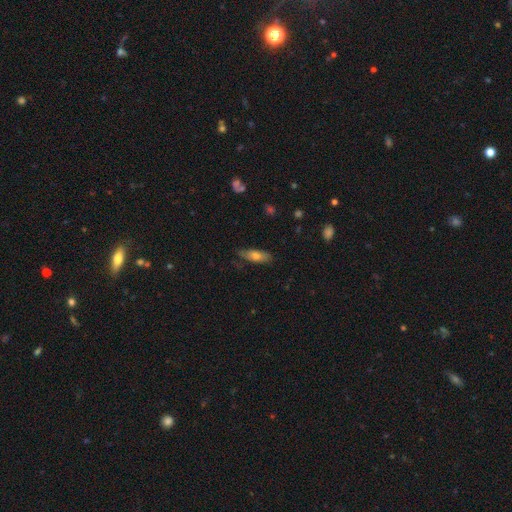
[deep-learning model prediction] Smooth or featured?
  - smooth: 68% *
  - featured or disk: 25%
  - star or artifact: 7%
How rounded?
  - in between: 61% *
  - cigar-shaped: 36%
  - round: 3%
Merging?
  - none: 72% *
  - minor disturbance: 22%
  - major disturbance: 5%
  - merger: 1%